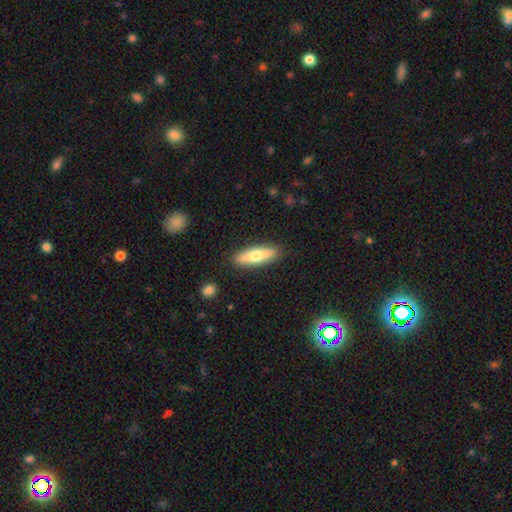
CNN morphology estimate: smooth-or-featured: smooth: 66% | featured or disk: 28% | star or artifact: 6%
  how-rounded: cigar-shaped: 54% | in between: 44% | round: 2%
  merging: none: 88% | minor disturbance: 8% | major disturbance: 2% | merger: 1%